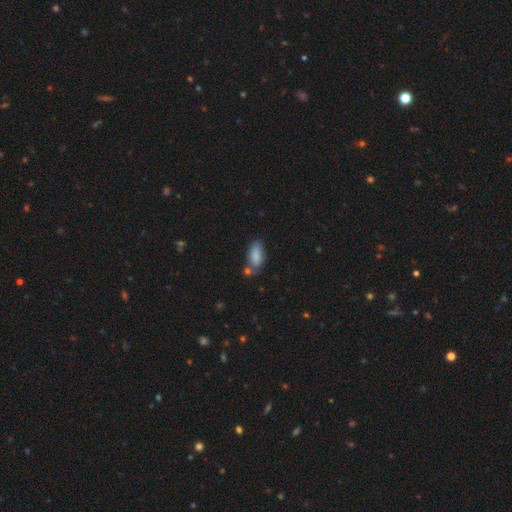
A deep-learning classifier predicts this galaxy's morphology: smooth 84%, featured or disk 9%, star or artifact 7%. Down the decision tree: how rounded — in between (88%); merging — none (60%).